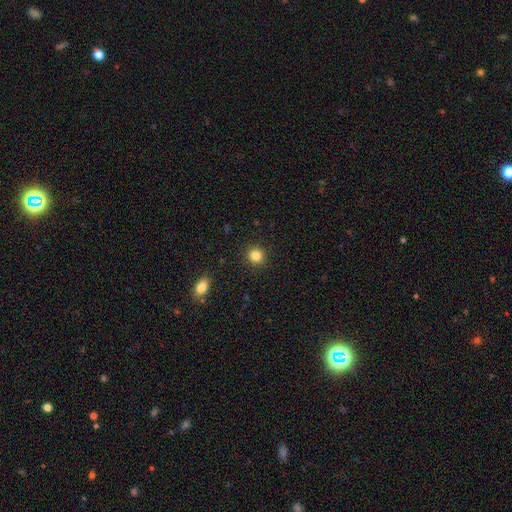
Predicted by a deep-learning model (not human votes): Smooth or featured? Predicted: smooth (p=0.84). How rounded? Predicted: round (p=0.91). Merging? Predicted: none (p=0.92).